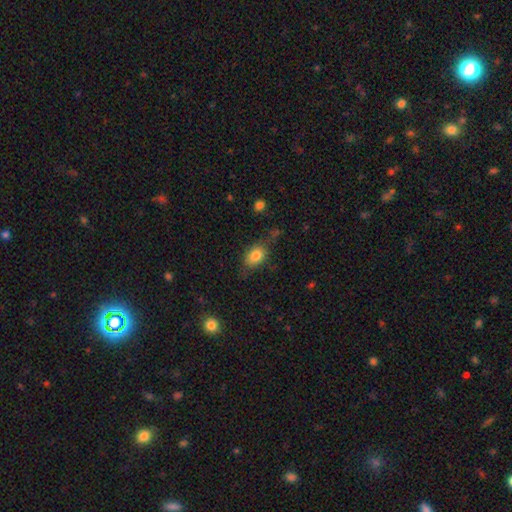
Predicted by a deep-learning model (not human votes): smooth 78%, featured or disk 13%, star or artifact 9%. Down the decision tree: how rounded — in between (81%); merging — none (61%).